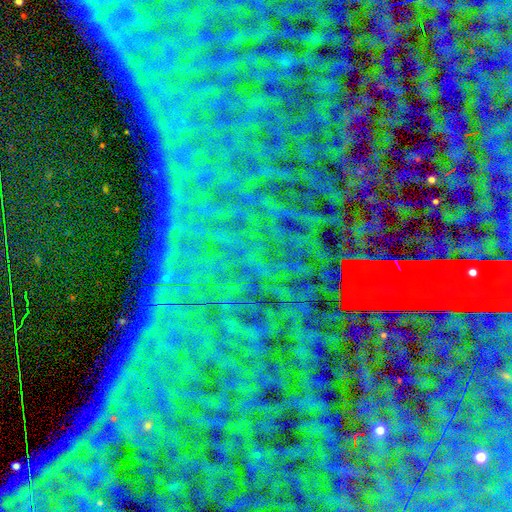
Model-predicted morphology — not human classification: A star or artifact, not a galaxy (84%).